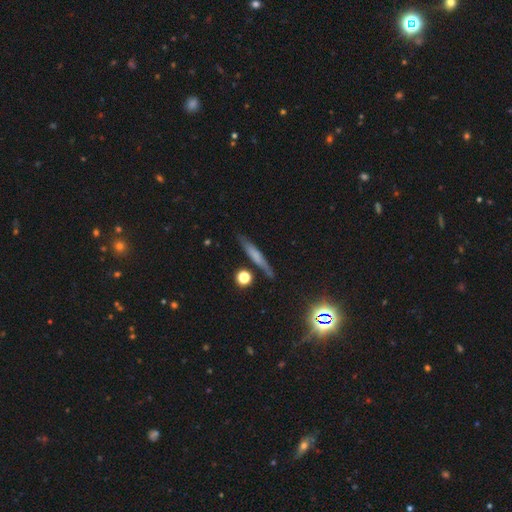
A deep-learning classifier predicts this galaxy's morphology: Smooth or featured? Predicted: smooth (p=0.51). How rounded? Predicted: cigar-shaped (p=0.88). Merging? Predicted: none (p=0.81).